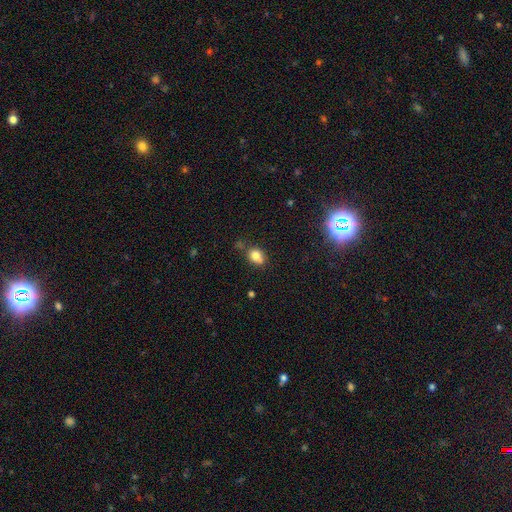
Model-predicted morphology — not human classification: Q: Smooth or featured?
A: smooth (77%); runner-up: star or artifact (13%)
Q: How rounded?
A: round (59%); runner-up: in between (40%)
Q: Merging?
A: none (55%); runner-up: merger (20%)